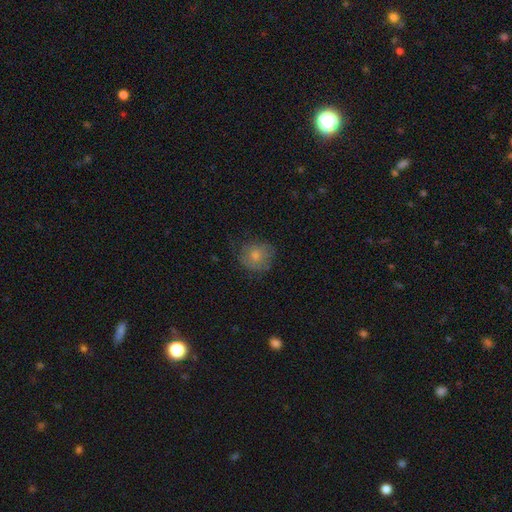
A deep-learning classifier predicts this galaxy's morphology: Q: Smooth or featured?
A: smooth (76%); runner-up: featured or disk (16%)
Q: How rounded?
A: round (84%); runner-up: in between (15%)
Q: Merging?
A: none (67%); runner-up: minor disturbance (23%)